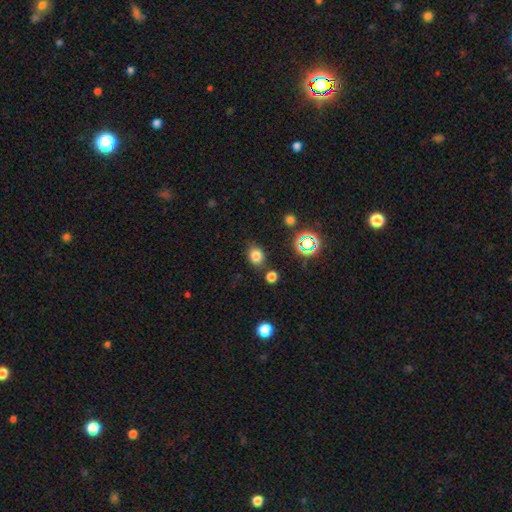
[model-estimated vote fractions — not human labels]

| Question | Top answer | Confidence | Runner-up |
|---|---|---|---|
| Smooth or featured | smooth | 77% | star or artifact (16%) |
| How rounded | round | 52% | in between (47%) |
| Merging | none | 75% | minor disturbance (15%) |